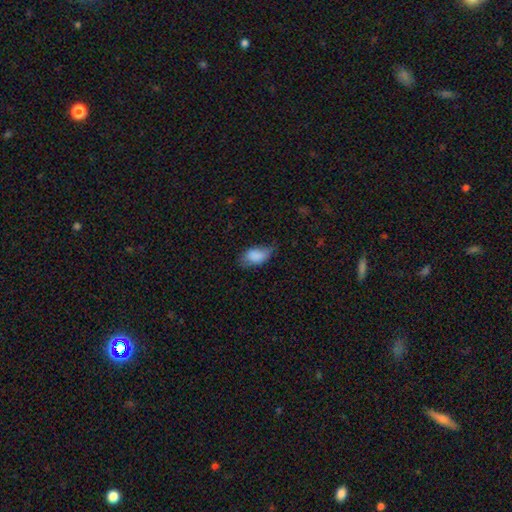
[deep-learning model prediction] Smooth or featured? Predicted: smooth (p=0.84). How rounded? Predicted: in between (p=0.92). Merging? Predicted: none (p=0.50).